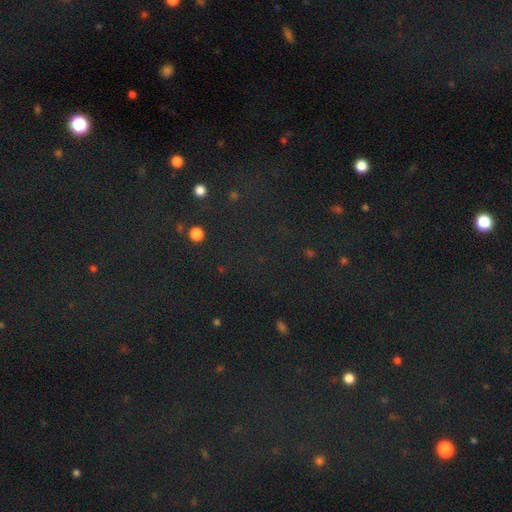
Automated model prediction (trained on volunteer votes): Q: Smooth or featured?
A: star or artifact (78%); runner-up: smooth (14%)